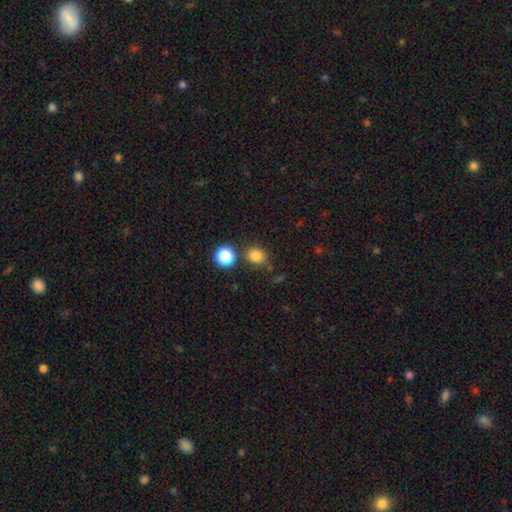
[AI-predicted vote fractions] smooth 81%, star or artifact 14%, featured or disk 4%. Down the decision tree: how rounded — round (75%); merging — none (78%).